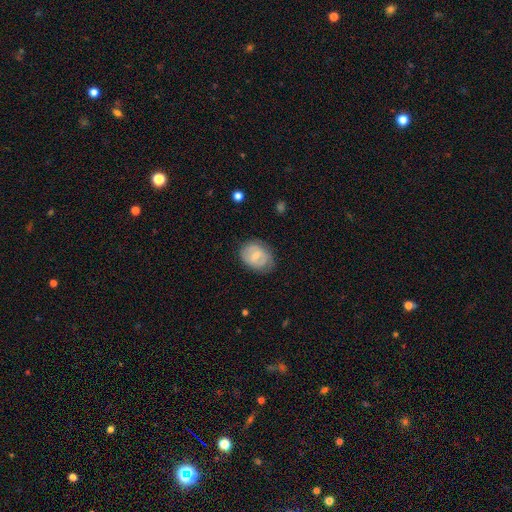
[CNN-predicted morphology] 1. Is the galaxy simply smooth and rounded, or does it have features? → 53% smooth, 40% featured or disk, 7% star or artifact.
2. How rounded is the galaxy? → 61% in between, 38% round, 1% cigar-shaped.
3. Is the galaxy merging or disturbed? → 68% none, 23% minor disturbance, 8% major disturbance, 1% merger.